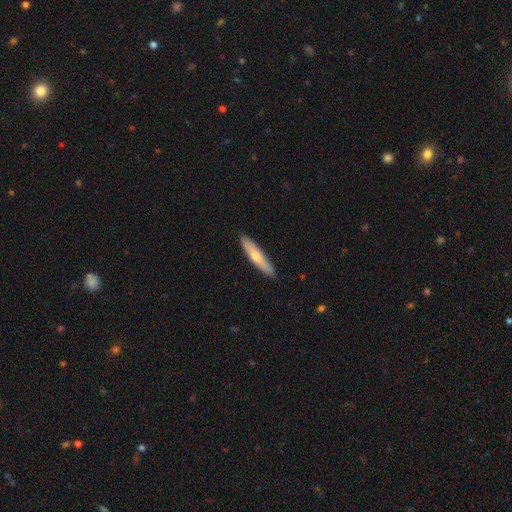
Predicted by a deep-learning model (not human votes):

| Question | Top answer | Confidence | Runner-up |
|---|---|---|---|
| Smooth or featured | smooth | 54% | featured or disk (40%) |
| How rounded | cigar-shaped | 87% | in between (11%) |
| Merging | none | 90% | minor disturbance (7%) |